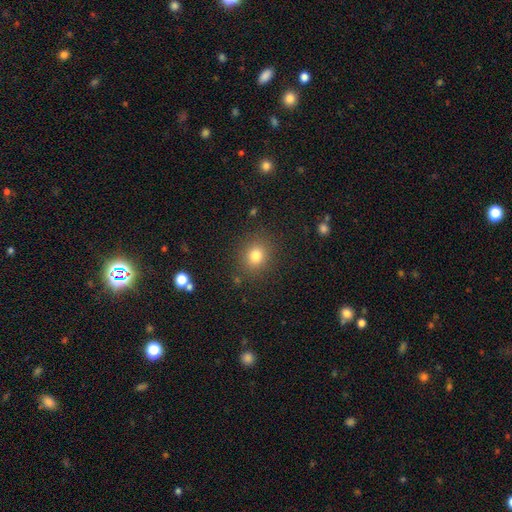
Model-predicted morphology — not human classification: A smooth galaxy with no disk features (79%) that is round (76%). Merging: none (87%).